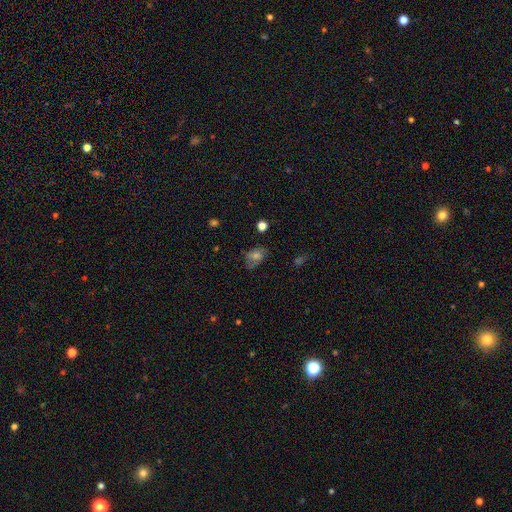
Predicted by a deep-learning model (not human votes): Smooth or featured: smooth — 54% (featured or disk — 29%)
How rounded: in between — 71% (round — 27%)
Merging: none — 63% (minor disturbance — 24%)